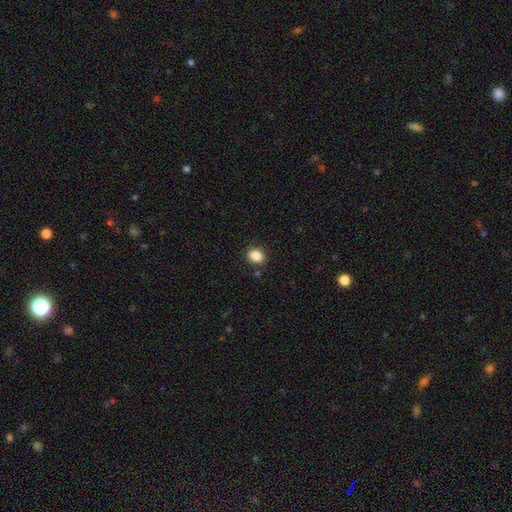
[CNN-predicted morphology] Smooth or featured? smooth (86%)
How rounded? round (65%)
Merging? none (86%)